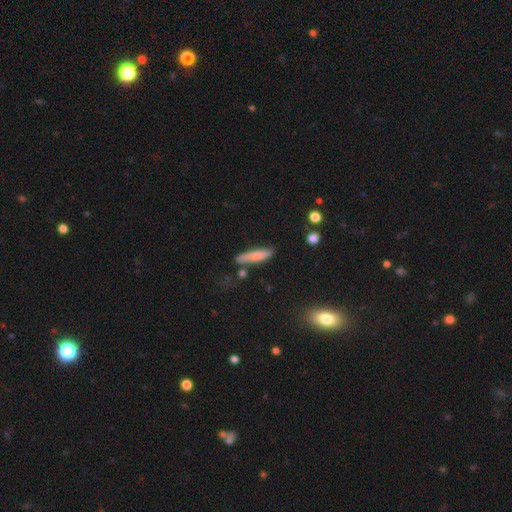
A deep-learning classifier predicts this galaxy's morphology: smooth-or-featured: smooth: 74% | featured or disk: 19% | star or artifact: 7%
  how-rounded: cigar-shaped: 81% | in between: 17% | round: 2%
  merging: none: 74% | minor disturbance: 17% | merger: 5% | major disturbance: 4%